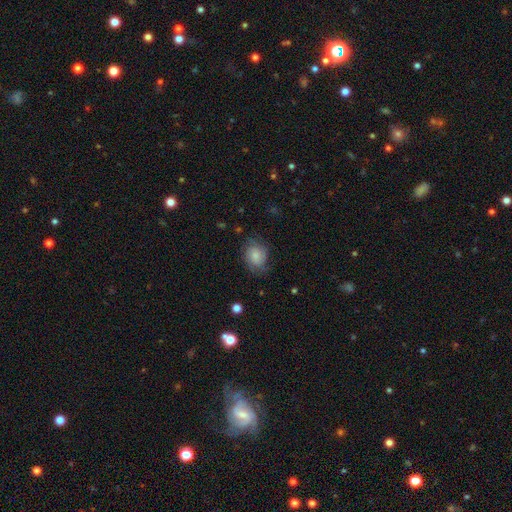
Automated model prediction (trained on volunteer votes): This is possibly a smooth galaxy (58%). How rounded: possibly in between (51%). Merging: likely none (64%).